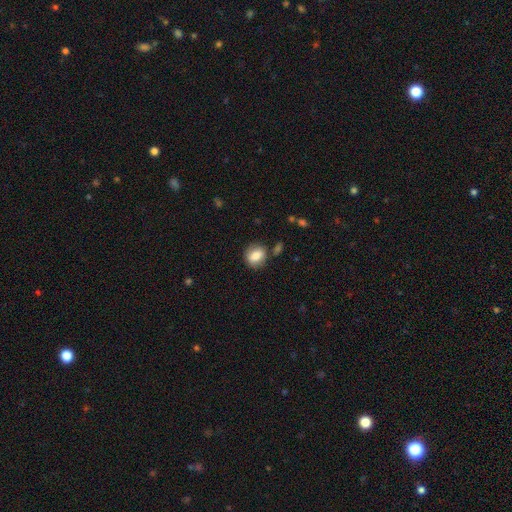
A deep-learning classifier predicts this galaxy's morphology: smooth 81%, featured or disk 11%, star or artifact 8%. Down the decision tree: how rounded — round (55%); merging — none (75%).